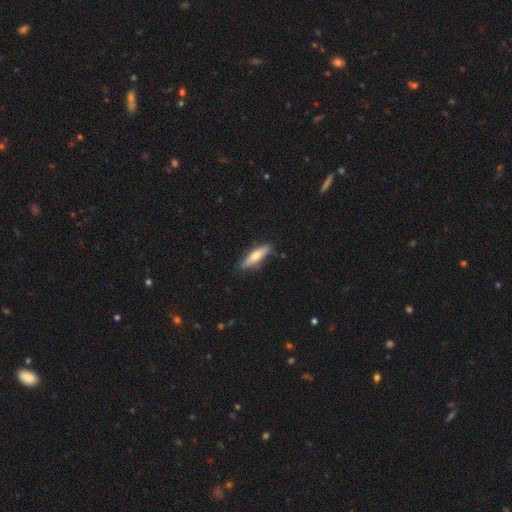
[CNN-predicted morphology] Smooth or featured? Predicted: smooth (p=0.66). How rounded? Predicted: cigar-shaped (p=0.68). Merging? Predicted: none (p=0.84).